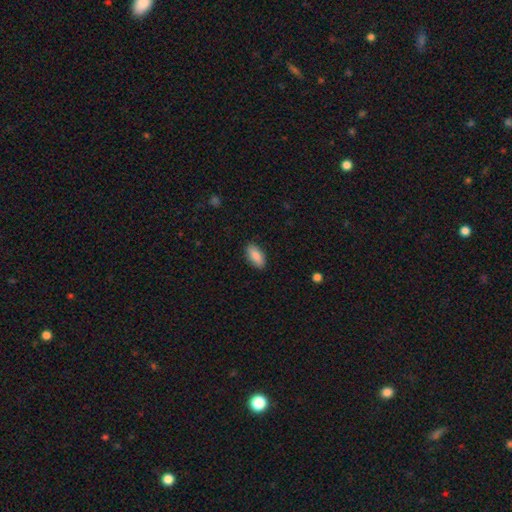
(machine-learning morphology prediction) smooth-or-featured: smooth: 87% | star or artifact: 6% | featured or disk: 6%
  how-rounded: in between: 90% | cigar-shaped: 7% | round: 2%
  merging: none: 88% | minor disturbance: 9% | major disturbance: 2% | merger: 1%